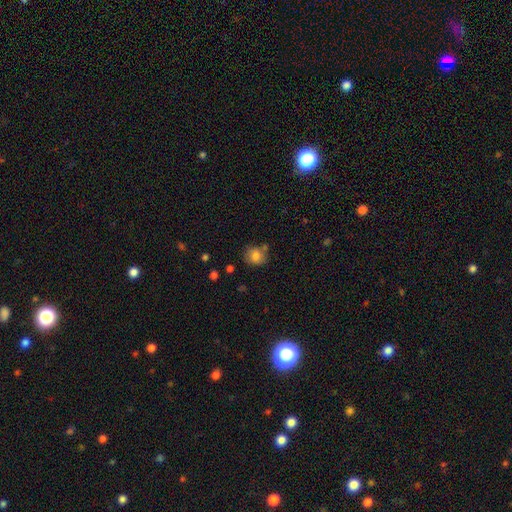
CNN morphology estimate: Smooth or featured?
  - smooth: 80% *
  - star or artifact: 10%
  - featured or disk: 10%
How rounded?
  - round: 73% *
  - in between: 27%
  - cigar-shaped: 1%
Merging?
  - none: 67% *
  - minor disturbance: 19%
  - merger: 9%
  - major disturbance: 5%